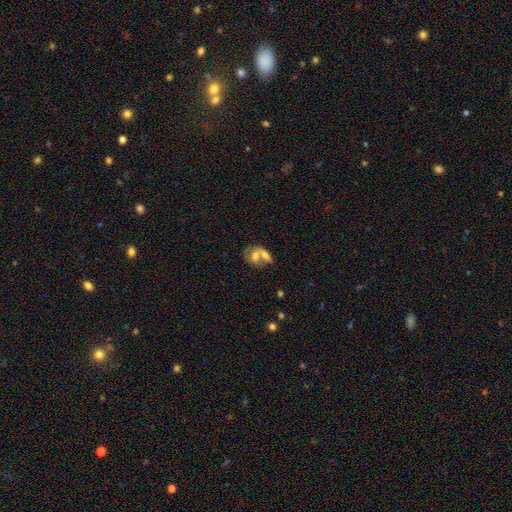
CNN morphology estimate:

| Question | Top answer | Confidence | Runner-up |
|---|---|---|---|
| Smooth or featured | smooth | 57% | featured or disk (35%) |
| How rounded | in between | 67% | round (29%) |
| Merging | merger | 65% | none (21%) |